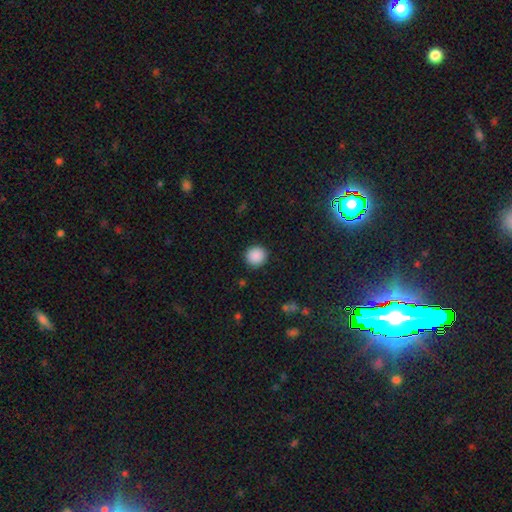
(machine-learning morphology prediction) smooth_or_featured: smooth (p=0.89) [alt: star or artifact p=0.08]
how_rounded: round (p=0.92) [alt: in between p=0.07]
merging: none (p=0.91) [alt: minor disturbance p=0.06]